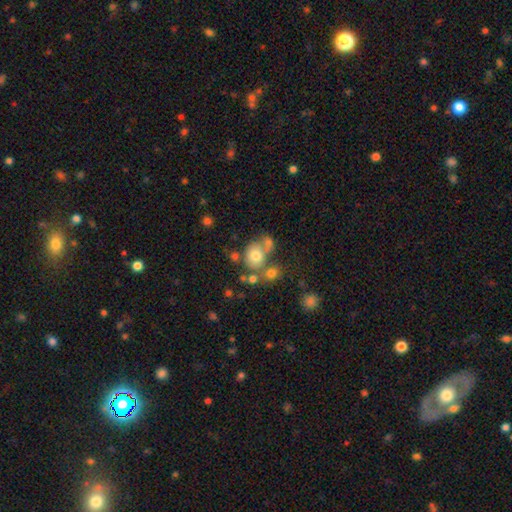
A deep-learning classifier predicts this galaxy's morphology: A smooth galaxy with no disk features (70%) that is round (66%).

Vote fractions:
- Smooth or featured? smooth: 70% / featured or disk: 17% / star or artifact: 13%
- How rounded? round: 66% / in between: 33% / cigar-shaped: 1%
- Merging? none: 45% / merger: 33% / minor disturbance: 14% / major disturbance: 8%